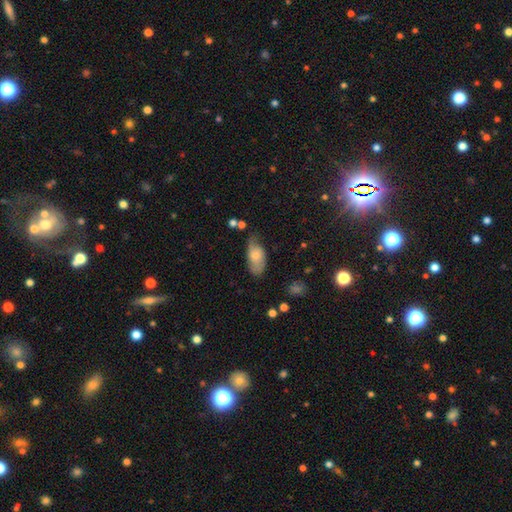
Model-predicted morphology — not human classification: smooth 64%, featured or disk 29%, star or artifact 7%. Down the decision tree: how rounded — in between (92%); merging — none (46%).